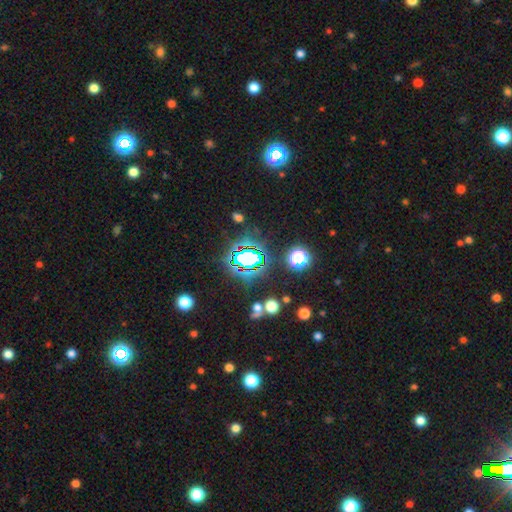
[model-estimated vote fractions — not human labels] star or artifact 76%, smooth 14%, featured or disk 9%.